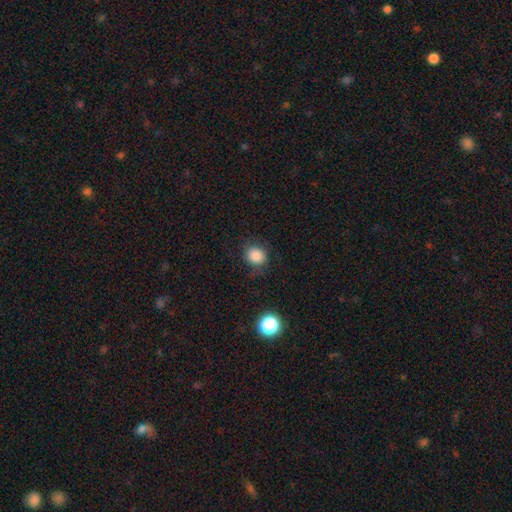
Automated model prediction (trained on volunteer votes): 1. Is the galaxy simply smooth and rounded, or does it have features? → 84% smooth, 11% star or artifact, 5% featured or disk.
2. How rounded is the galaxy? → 74% round, 25% in between, 1% cigar-shaped.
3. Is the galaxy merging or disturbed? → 80% none, 14% minor disturbance, 5% major disturbance, 1% merger.